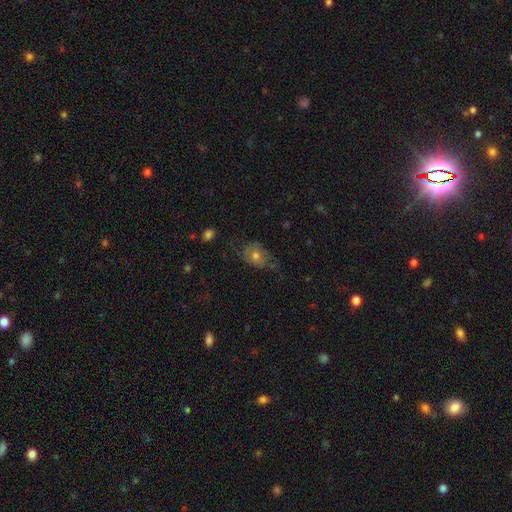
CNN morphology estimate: Overall: smooth (60%; featured or disk 27%). How rounded: in between (64%; round 34%). Merging: none (52%; minor disturbance 30%).